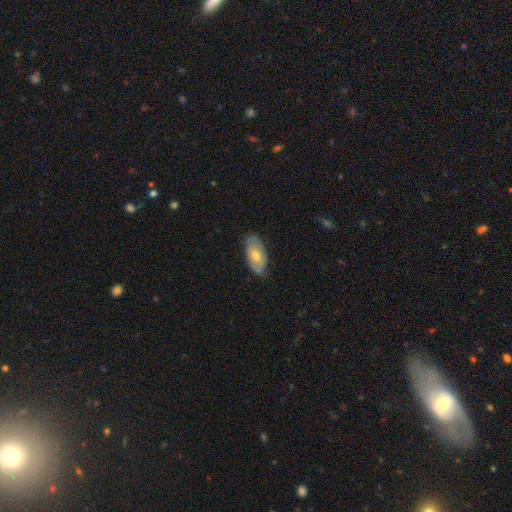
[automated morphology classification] Smooth or featured?
  - smooth: 50% *
  - featured or disk: 43%
  - star or artifact: 7%
How rounded?
  - in between: 91% *
  - cigar-shaped: 6%
  - round: 4%
Merging?
  - none: 74% *
  - minor disturbance: 21%
  - major disturbance: 4%
  - merger: 1%